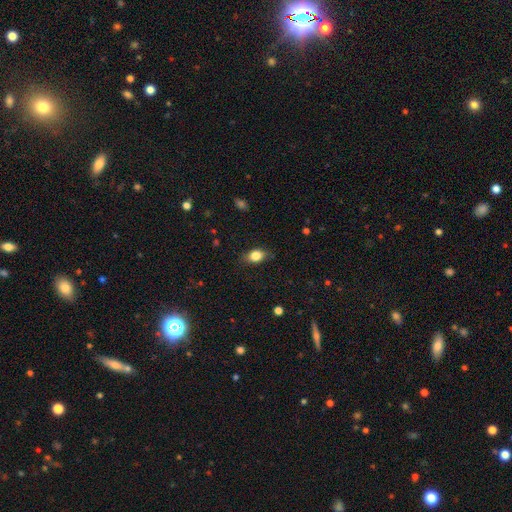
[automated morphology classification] This is clearly a smooth galaxy (82%). How rounded: likely in between (74%). Merging: likely none (77%).